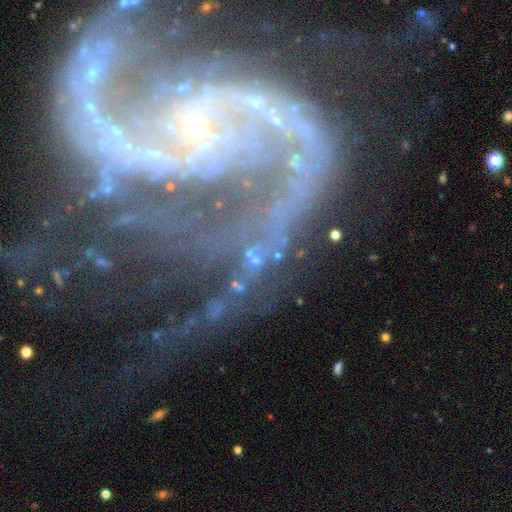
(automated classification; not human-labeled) Morphology: type=featured or disk (71%); edge-on=no (93%); bar=no (48%); spiral arms=yes (84%); winding=tight (48%); arm count=2 (30%); bulge=small (63%); merging=none (53%).